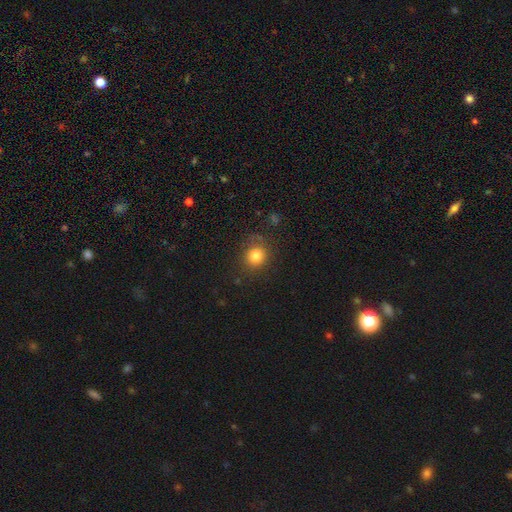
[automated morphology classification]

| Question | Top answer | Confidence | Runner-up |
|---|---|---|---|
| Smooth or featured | smooth | 82% | star or artifact (12%) |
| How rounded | round | 83% | in between (16%) |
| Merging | none | 80% | minor disturbance (13%) |